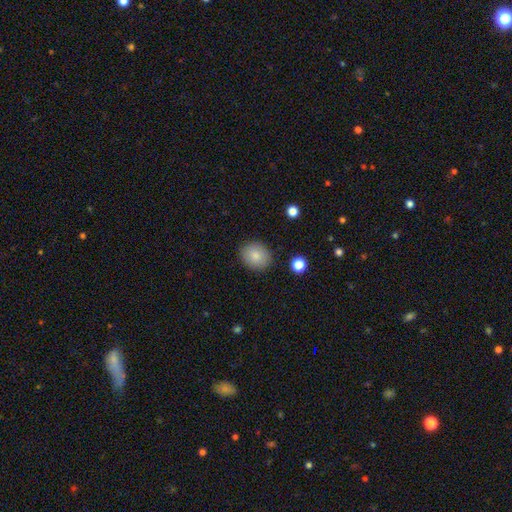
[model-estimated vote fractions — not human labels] Smooth or featured?
  - smooth: 84% *
  - star or artifact: 8%
  - featured or disk: 7%
How rounded?
  - round: 66% *
  - in between: 33%
  - cigar-shaped: 1%
Merging?
  - none: 87% *
  - minor disturbance: 9%
  - major disturbance: 2%
  - merger: 2%